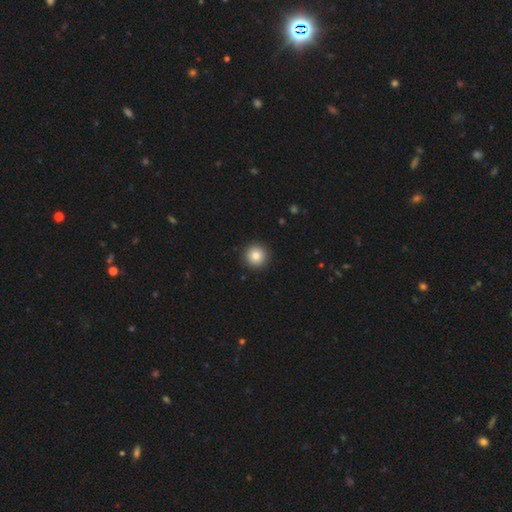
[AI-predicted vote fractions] smooth-or-featured: smooth: 84% | star or artifact: 10% | featured or disk: 7%
  how-rounded: round: 96% | in between: 3% | cigar-shaped: 1%
  merging: none: 93% | minor disturbance: 5% | major disturbance: 2% | merger: 1%